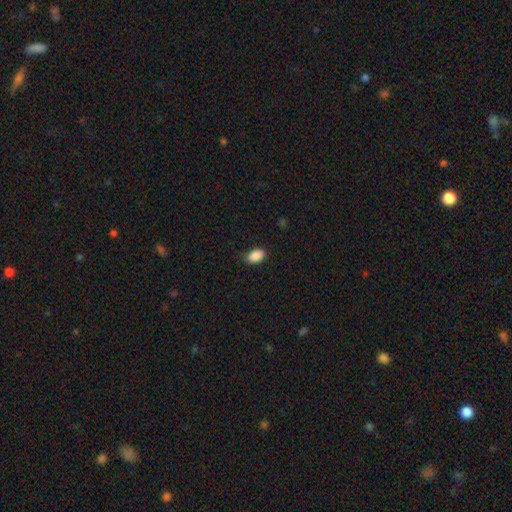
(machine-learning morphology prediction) Smooth or featured? Predicted: smooth (p=0.89). How rounded? Predicted: in between (p=0.91). Merging? Predicted: none (p=0.81).